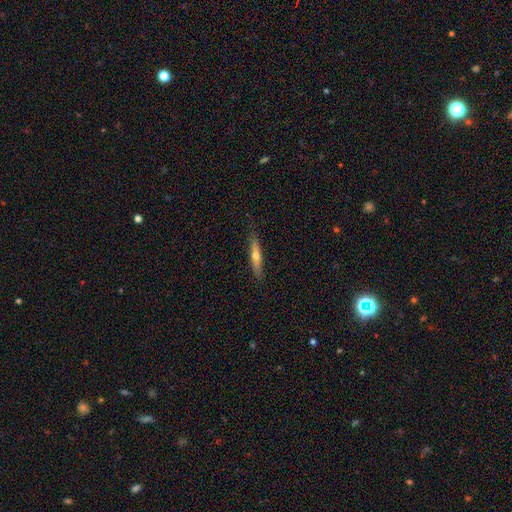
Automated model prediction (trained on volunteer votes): The model was most divided on "smooth or featured": featured or disk: 50%, smooth: 44%, star or artifact: 6%. More confident: edge-on disk — yes (92%); merging — none (86%).